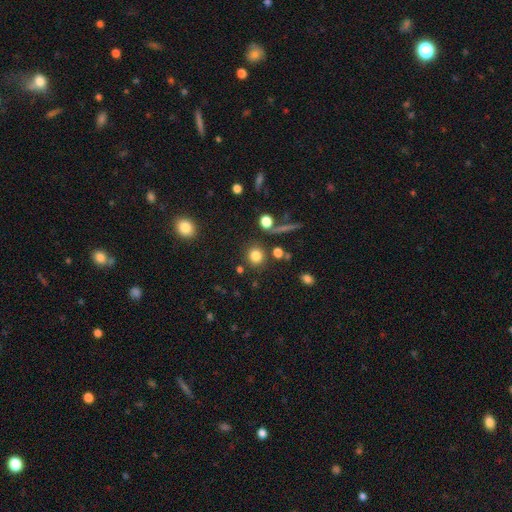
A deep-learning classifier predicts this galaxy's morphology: smooth_or_featured: smooth (p=0.80) [alt: star or artifact p=0.13]
how_rounded: round (p=0.88) [alt: in between p=0.10]
merging: none (p=0.83) [alt: minor disturbance p=0.08]